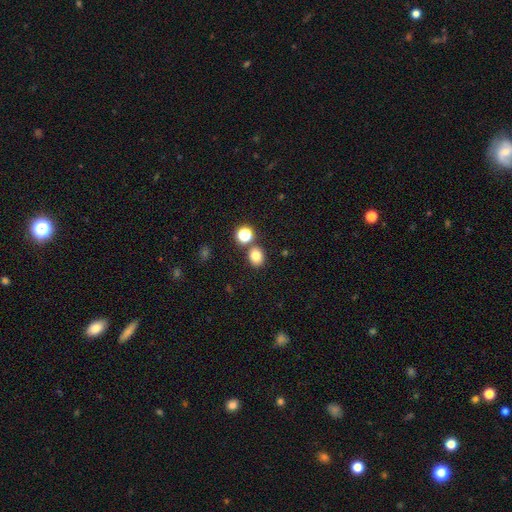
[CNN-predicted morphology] type=smooth (79%); roundness=round (63%); merging=none (77%).